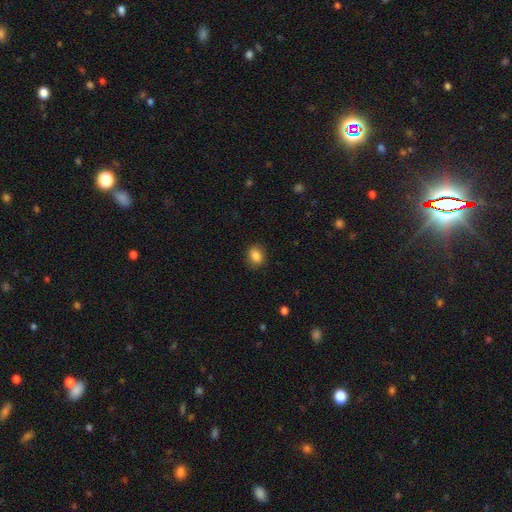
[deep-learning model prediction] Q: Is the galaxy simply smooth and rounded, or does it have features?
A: smooth — 86%.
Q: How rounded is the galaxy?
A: in between — 58%.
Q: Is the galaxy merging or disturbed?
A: none — 86%.